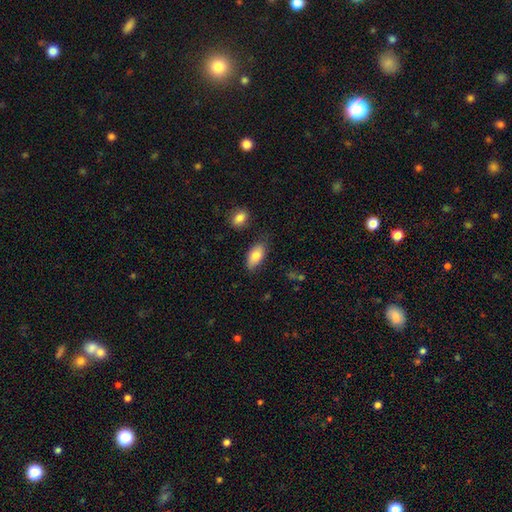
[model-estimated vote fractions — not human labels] A smooth galaxy with no disk features (83%) that is in between round and cigar-shaped (91%).

Vote fractions:
- Smooth or featured? smooth: 83% / featured or disk: 11% / star or artifact: 7%
- How rounded? in between: 91% / cigar-shaped: 6% / round: 3%
- Merging? none: 75% / minor disturbance: 17% / major disturbance: 4% / merger: 3%